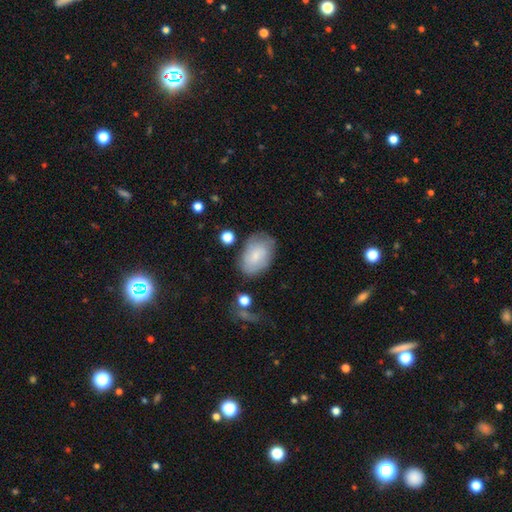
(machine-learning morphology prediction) smooth_or_featured: smooth (p=0.71) [alt: featured or disk p=0.22]
how_rounded: in between (p=0.88) [alt: round p=0.11]
merging: none (p=0.69) [alt: minor disturbance p=0.21]